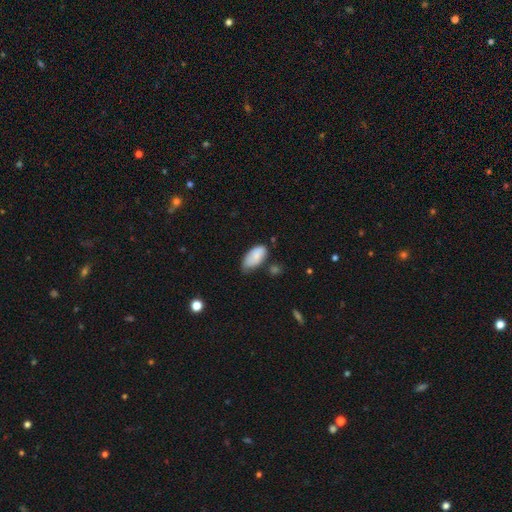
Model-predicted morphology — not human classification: A smooth galaxy with no disk features (83%) that is in between round and cigar-shaped (93%).

Vote fractions:
- Smooth or featured? smooth: 83% / featured or disk: 10% / star or artifact: 7%
- How rounded? in between: 93% / cigar-shaped: 5% / round: 3%
- Merging? none: 50% / minor disturbance: 37% / major disturbance: 7% / merger: 5%